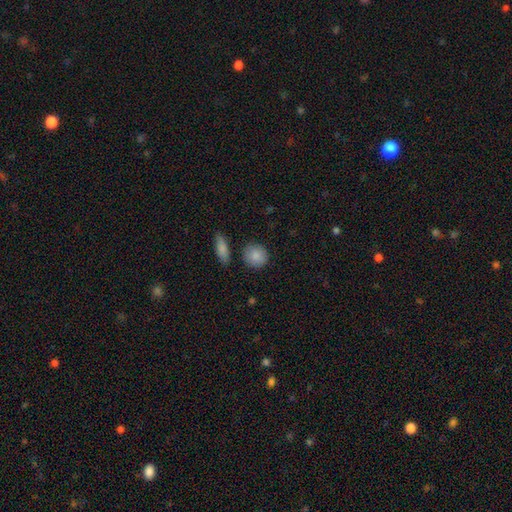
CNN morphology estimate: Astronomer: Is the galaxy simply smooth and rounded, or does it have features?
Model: smooth — 87%.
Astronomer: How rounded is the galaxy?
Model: round — 84%.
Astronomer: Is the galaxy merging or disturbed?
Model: none — 84%.